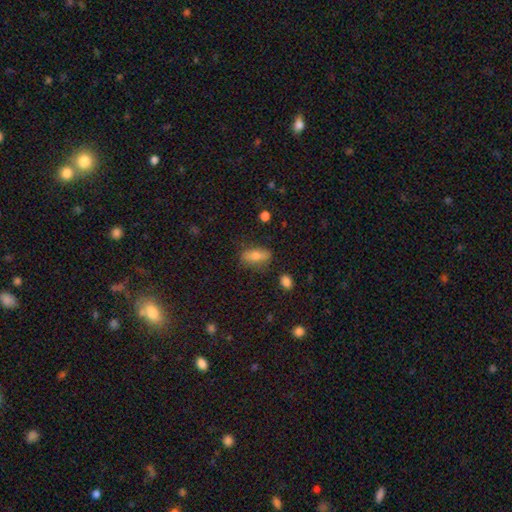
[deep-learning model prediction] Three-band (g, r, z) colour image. It shows a smooth galaxy with no disk features (69%) that is in between round and cigar-shaped (72%). Merging: none (81%).